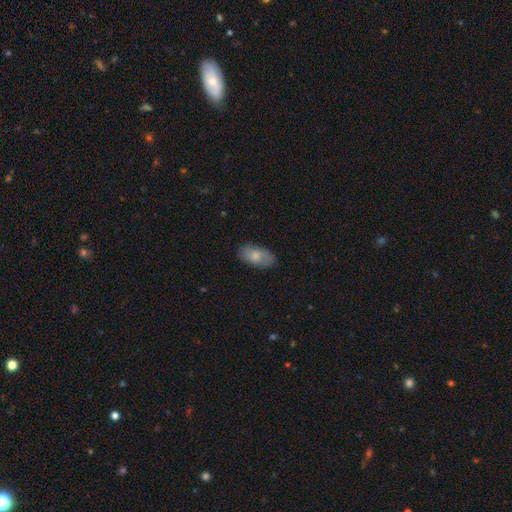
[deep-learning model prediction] Smooth or featured: smooth — 69% (featured or disk — 25%)
How rounded: in between — 93% (round — 4%)
Merging: none — 82% (minor disturbance — 14%)